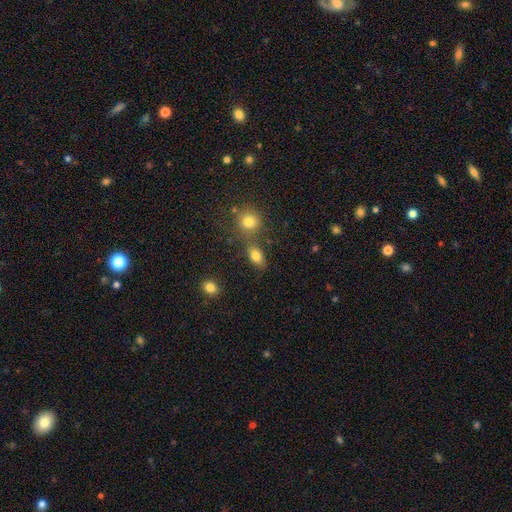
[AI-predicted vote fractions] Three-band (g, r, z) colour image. It shows a smooth galaxy with no disk features (81%) that is in between round and cigar-shaped (78%). Merging: none (64%).